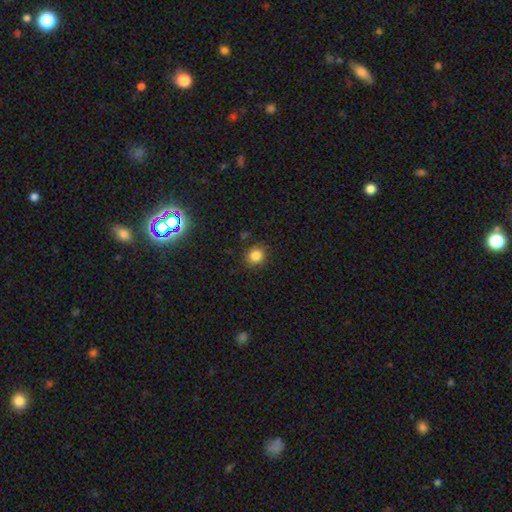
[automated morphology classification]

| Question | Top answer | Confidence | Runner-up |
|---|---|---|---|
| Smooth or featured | smooth | 83% | star or artifact (12%) |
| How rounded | round | 83% | in between (16%) |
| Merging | none | 87% | minor disturbance (9%) |